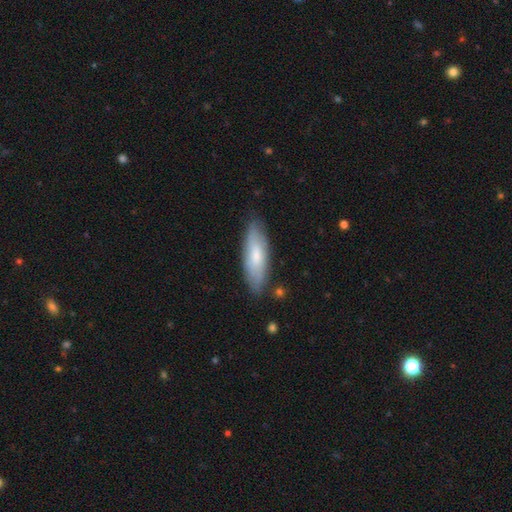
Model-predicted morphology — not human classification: Overall: smooth (62%; featured or disk 32%). How rounded: in between (53%; cigar-shaped 45%). Merging: none (81%).